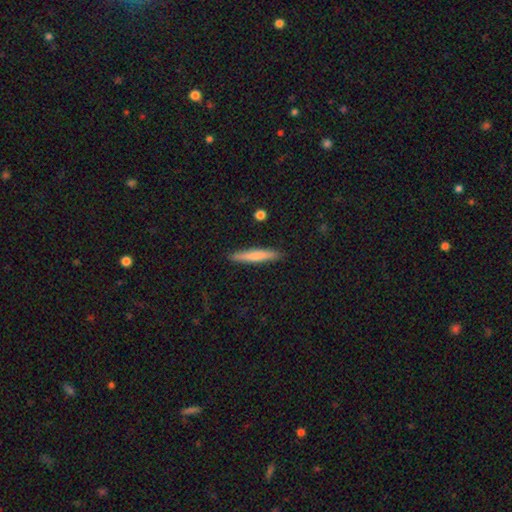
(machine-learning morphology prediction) This appears to be a smooth galaxy with no disk features (72%) that is cigar-shaped (94%). Merging: none (89%).